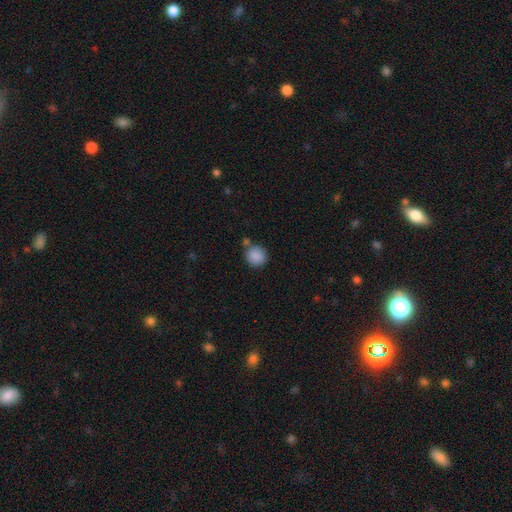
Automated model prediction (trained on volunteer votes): smooth 89%, star or artifact 8%, featured or disk 4%. Down the decision tree: how rounded — round (91%); merging — none (73%).